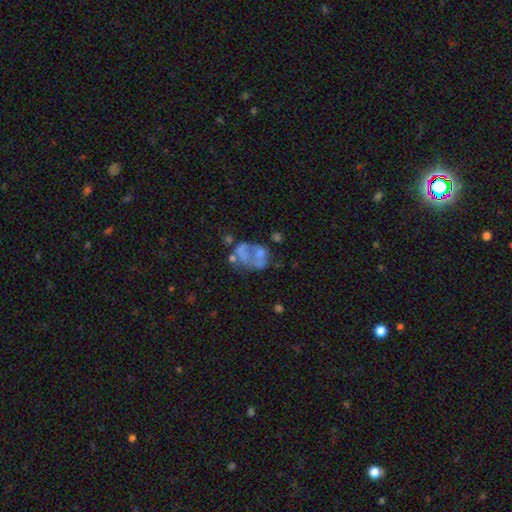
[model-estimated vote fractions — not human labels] Smooth or featured?
  - featured or disk: 51% *
  - smooth: 36%
  - star or artifact: 13%
Edge-on disk?
  - no: 98% *
  - yes: 2%
Bar?
  - no: 93% *
  - weak: 5%
  - strong: 2%
Spiral arms?
  - no: 92% *
  - yes: 8%
Bulge size?
  - none: 72% *
  - moderate: 13%
  - small: 10%
  - large: 4%
  - dominant: 2%
Merging?
  - none: 30% *
  - merger: 26%
  - major disturbance: 26%
  - minor disturbance: 18%